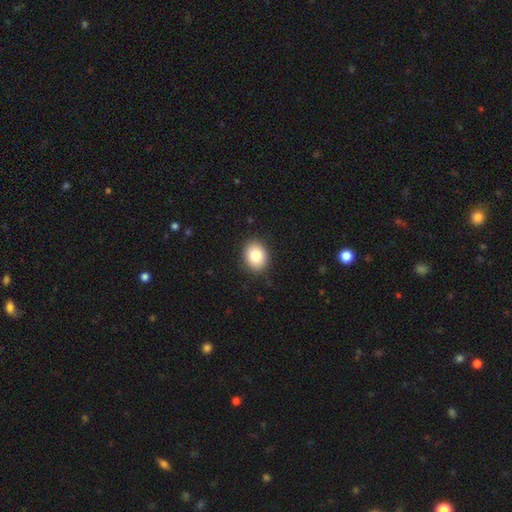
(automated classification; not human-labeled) A smooth galaxy with no disk features (83%) that is round (50%).

Vote fractions:
- Smooth or featured? smooth: 83% / featured or disk: 9% / star or artifact: 8%
- How rounded? round: 50% / in between: 49% / cigar-shaped: 1%
- Merging? none: 90% / minor disturbance: 7% / major disturbance: 2% / merger: 1%